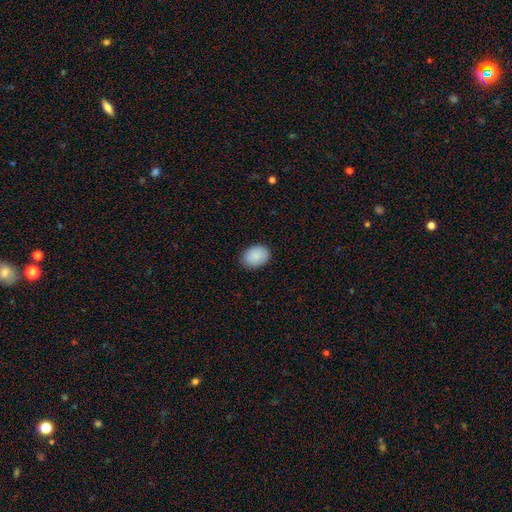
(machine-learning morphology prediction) Smooth or featured: smooth — 90% (star or artifact — 7%)
How rounded: in between — 77% (round — 22%)
Merging: none — 88% (minor disturbance — 9%)